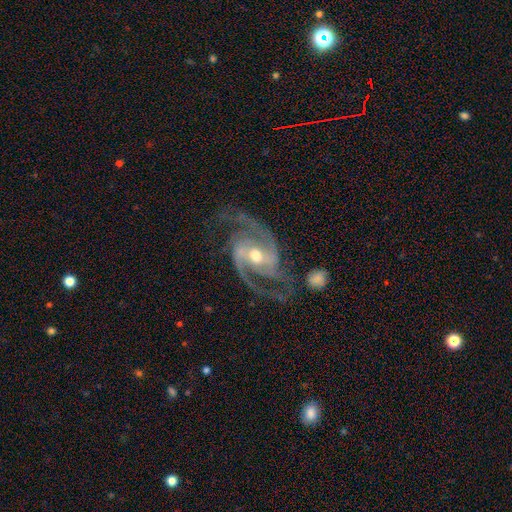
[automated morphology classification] This appears to be a featured or disk galaxy (93%) with a weak bar (38%), 2 (82%) medium (60%) spiral arms (99%) and a moderate central bulge (65%). Merging: none (72%).